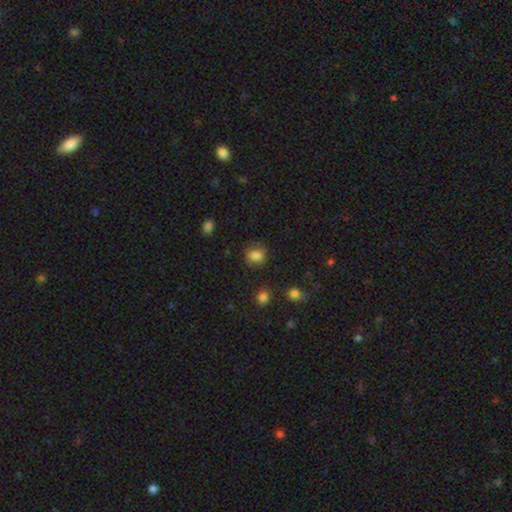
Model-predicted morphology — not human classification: smooth-or-featured: smooth: 82% | star or artifact: 10% | featured or disk: 7%
  how-rounded: round: 61% | in between: 38% | cigar-shaped: 1%
  merging: none: 70% | minor disturbance: 20% | major disturbance: 8% | merger: 2%